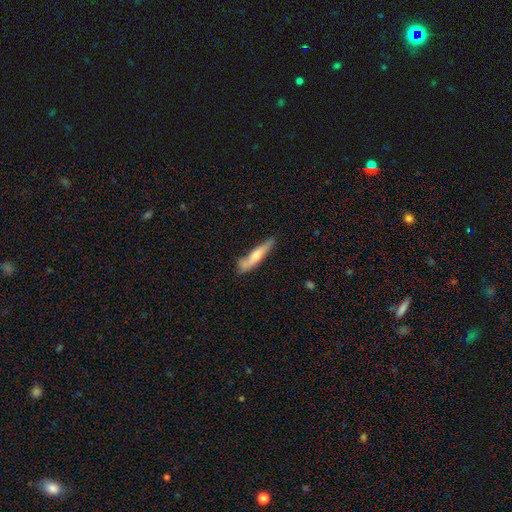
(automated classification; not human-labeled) Smooth or featured? smooth (57%)
How rounded? cigar-shaped (87%)
Merging? none (68%)